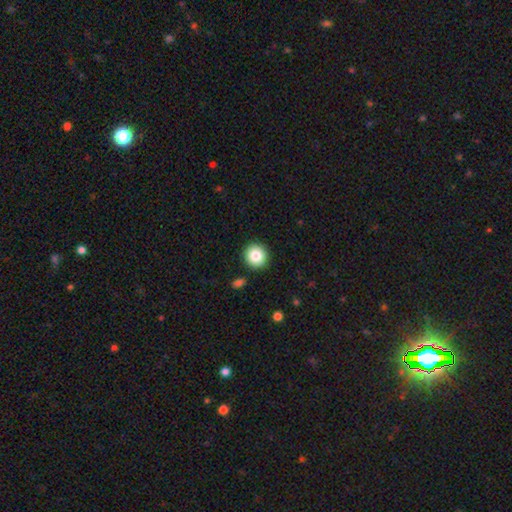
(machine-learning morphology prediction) Smooth or featured? smooth (84%)
How rounded? round (94%)
Merging? none (90%)